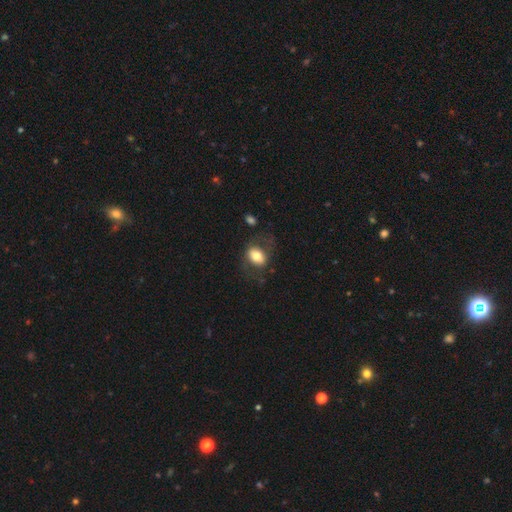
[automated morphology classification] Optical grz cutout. It shows a smooth galaxy with no disk features (69%) that is in between round and cigar-shaped (78%). Merging: none (62%).